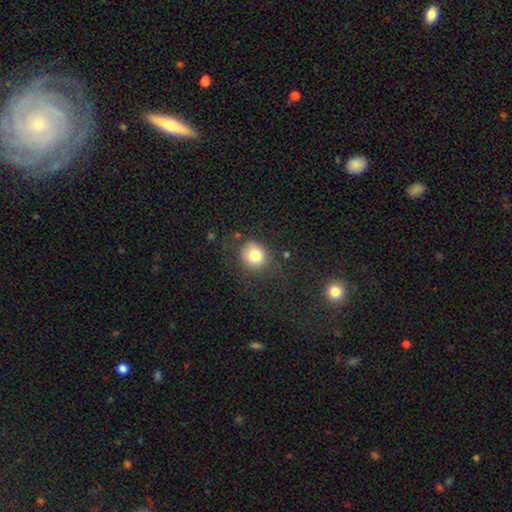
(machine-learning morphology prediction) This is clearly a smooth galaxy (81%). How rounded: likely round (70%). Merging: likely none (74%).